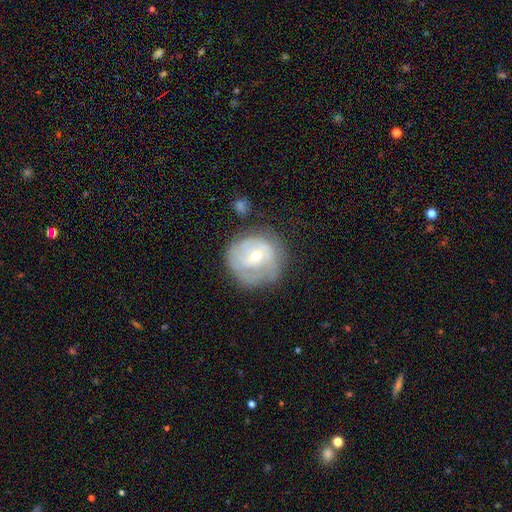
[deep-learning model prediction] featured or disk 62%, smooth 30%, star or artifact 8%. Down the decision tree: edge-on disk — no (97%); bar — no (61%); spiral arms — yes (68%); bulge size — small (57%); merging — none (62%).